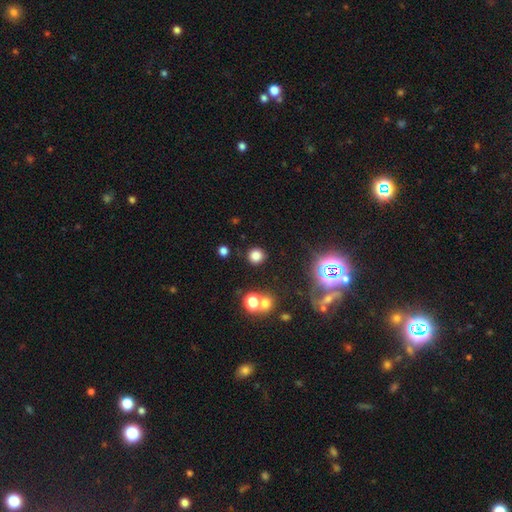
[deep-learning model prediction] Overall: smooth (78%). How rounded: round (91%). Merging: none (86%).